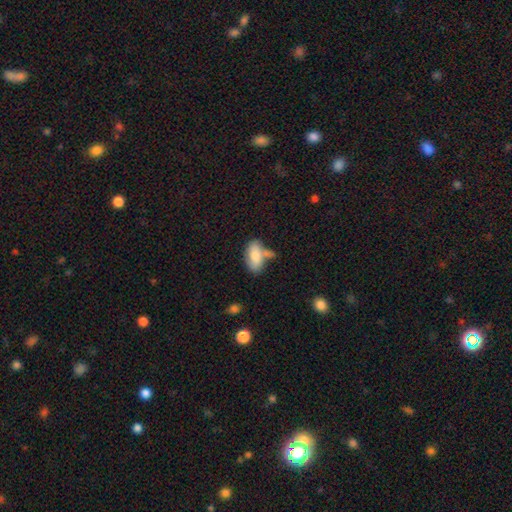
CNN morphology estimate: Q: Smooth or featured?
A: smooth (76%); runner-up: featured or disk (17%)
Q: How rounded?
A: in between (92%); runner-up: cigar-shaped (5%)
Q: Merging?
A: none (41%); runner-up: merger (27%)